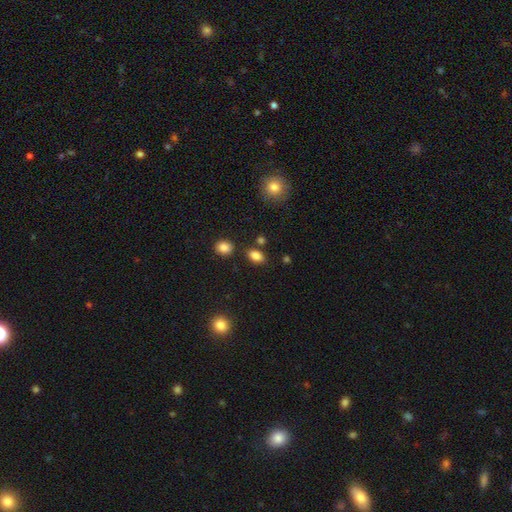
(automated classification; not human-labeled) This appears to be a smooth galaxy with no disk features (85%) that is in between round and cigar-shaped (85%). Merging: none (81%).